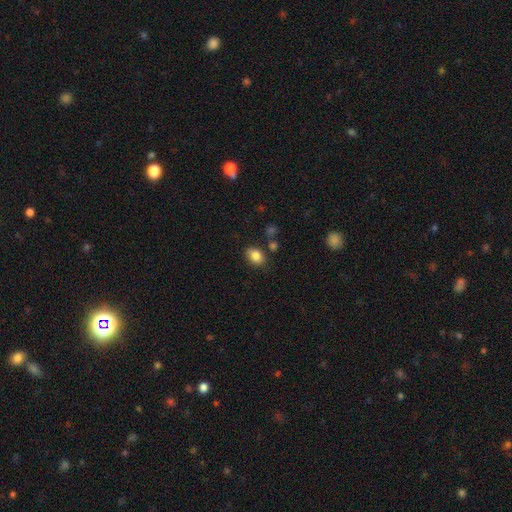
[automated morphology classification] Smooth or featured? smooth (84%)
How rounded? in between (63%)
Merging? none (76%)